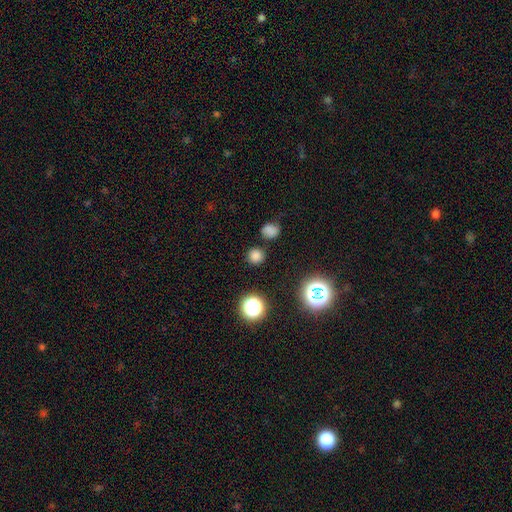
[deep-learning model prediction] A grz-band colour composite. It shows a smooth galaxy with no disk features (77%) that is round (91%). Merging: none (85%).